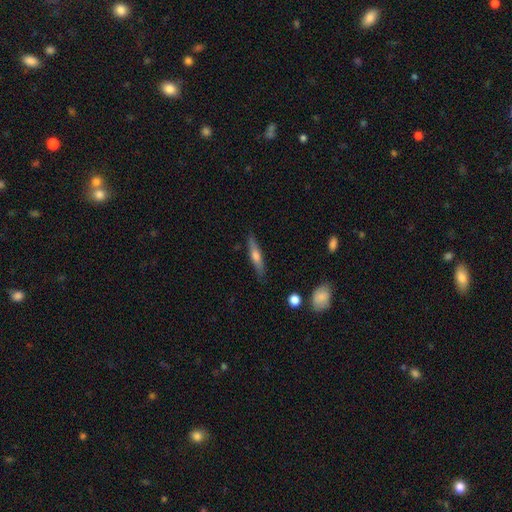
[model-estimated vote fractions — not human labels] smooth-or-featured: featured or disk: 52% | smooth: 41% | star or artifact: 7%
  disk-edge-on: yes: 94% | no: 6%
  merging: none: 87% | minor disturbance: 10% | major disturbance: 2% | merger: 2%